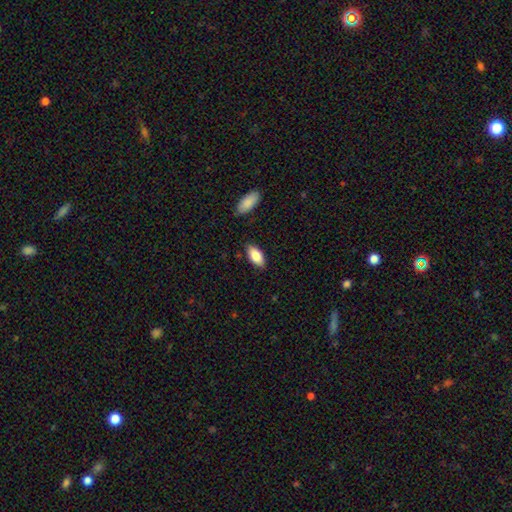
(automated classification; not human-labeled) smooth_or_featured: smooth (p=0.85) [alt: featured or disk p=0.08]
how_rounded: in between (p=0.91) [alt: cigar-shaped p=0.07]
merging: none (p=0.85) [alt: minor disturbance p=0.11]